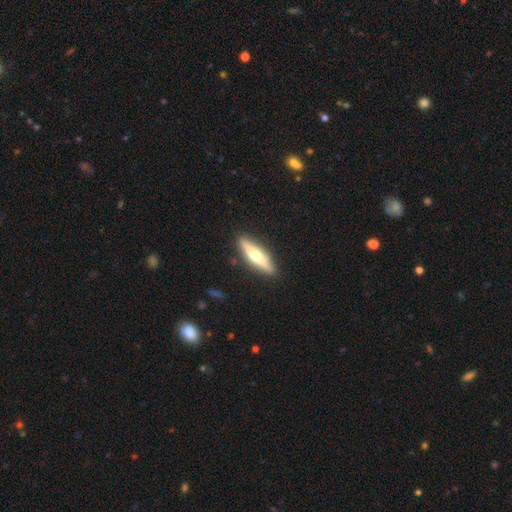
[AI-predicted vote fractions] smooth-or-featured: featured or disk: 51% | smooth: 43% | star or artifact: 6%
  disk-edge-on: yes: 93% | no: 7%
  merging: none: 89% | minor disturbance: 8% | major disturbance: 2% | merger: 1%